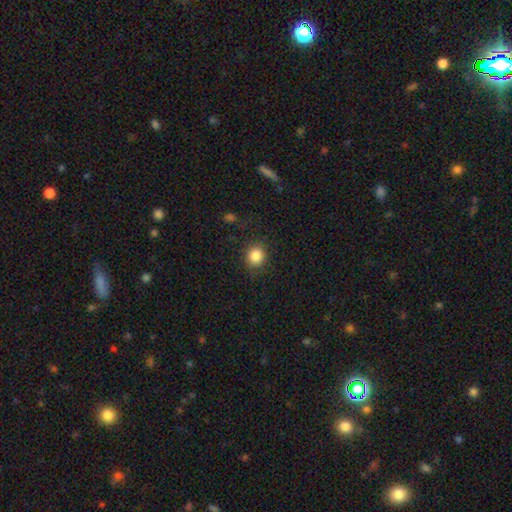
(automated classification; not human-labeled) smooth 85%, star or artifact 10%, featured or disk 5%. Down the decision tree: how rounded — round (76%); merging — none (86%).